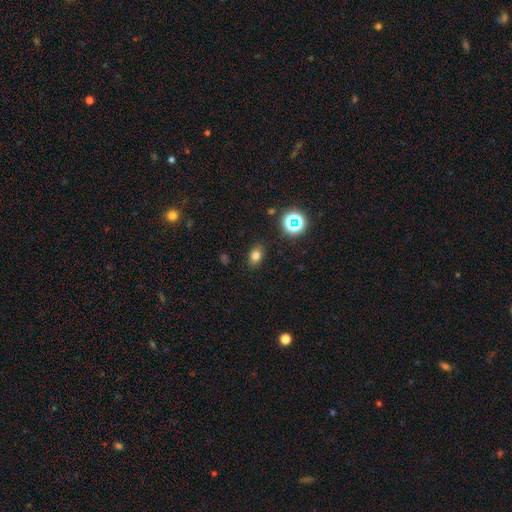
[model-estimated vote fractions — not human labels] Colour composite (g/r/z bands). It shows a smooth galaxy with no disk features (73%) that is in between round and cigar-shaped (75%). Merging: none (85%).